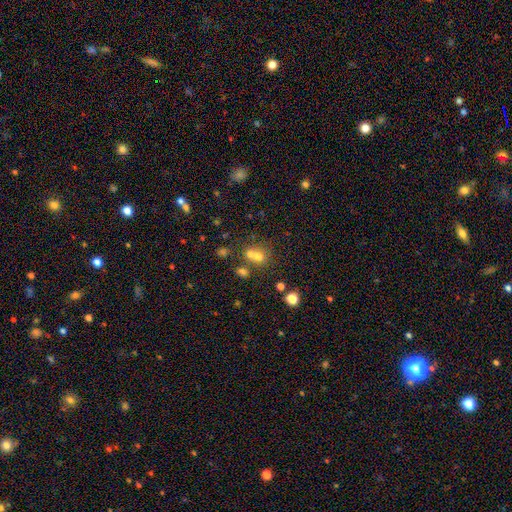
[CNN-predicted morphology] smooth_or_featured: smooth (p=0.60) [alt: star or artifact p=0.25]
how_rounded: round (p=0.54) [alt: in between p=0.43]
merging: merger (p=0.45) [alt: none p=0.41]